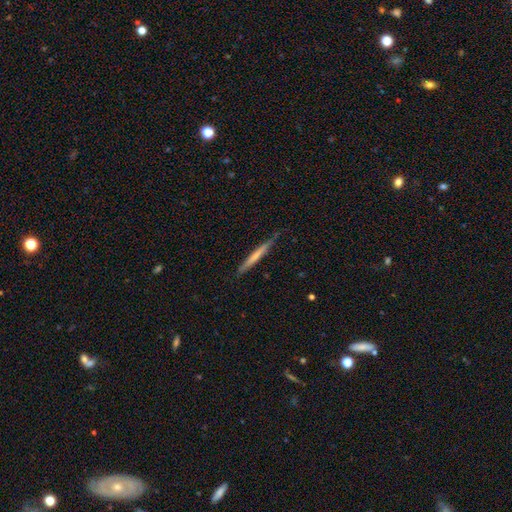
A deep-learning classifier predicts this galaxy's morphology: type=smooth (57%); roundness=cigar-shaped (96%); merging=none (82%).